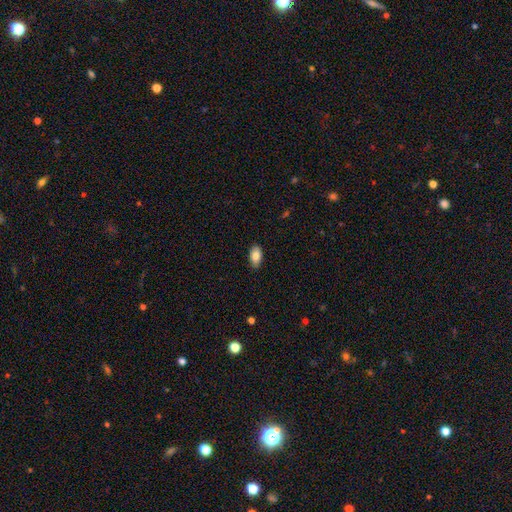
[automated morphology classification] Smooth or featured: smooth — 84% (featured or disk — 9%)
How rounded: in between — 93% (round — 5%)
Merging: none — 87% (minor disturbance — 10%)